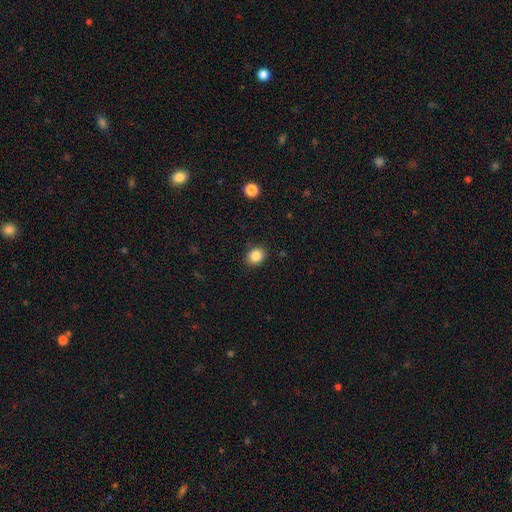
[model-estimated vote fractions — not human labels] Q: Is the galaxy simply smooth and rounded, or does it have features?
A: smooth — 86%.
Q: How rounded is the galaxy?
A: round — 60%.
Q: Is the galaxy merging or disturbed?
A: none — 88%.